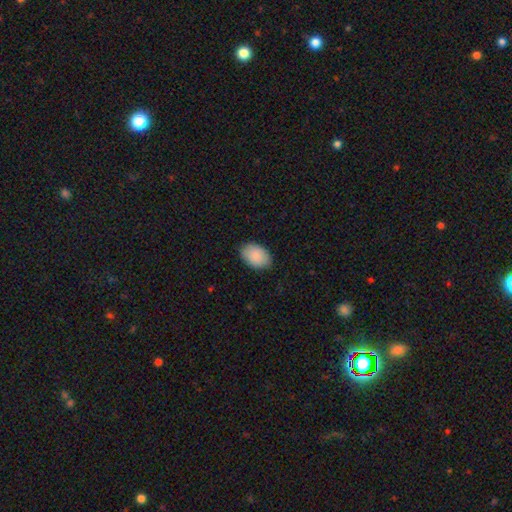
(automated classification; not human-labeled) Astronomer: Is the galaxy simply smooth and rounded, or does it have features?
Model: smooth — 90%.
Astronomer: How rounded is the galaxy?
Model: in between — 88%.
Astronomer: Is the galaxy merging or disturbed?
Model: none — 84%.